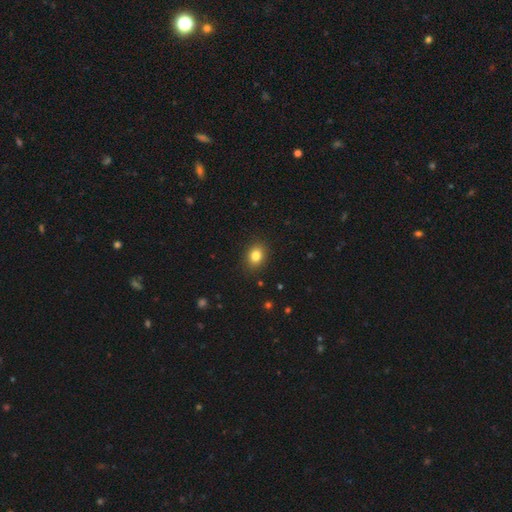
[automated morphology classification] Q: Smooth or featured?
A: smooth (83%); runner-up: star or artifact (10%)
Q: How rounded?
A: in between (50%); runner-up: round (49%)
Q: Merging?
A: none (89%); runner-up: minor disturbance (8%)